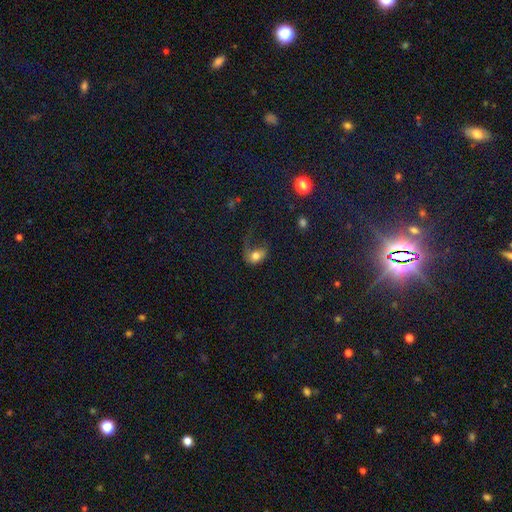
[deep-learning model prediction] smooth 64%, featured or disk 26%, star or artifact 11%. Down the decision tree: how rounded — in between (68%); merging — major disturbance (56%).